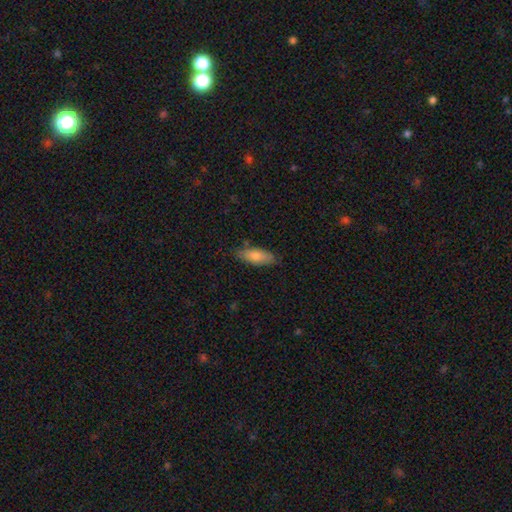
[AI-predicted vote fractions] Smooth or featured? smooth (79%)
How rounded? in between (73%)
Merging? none (80%)